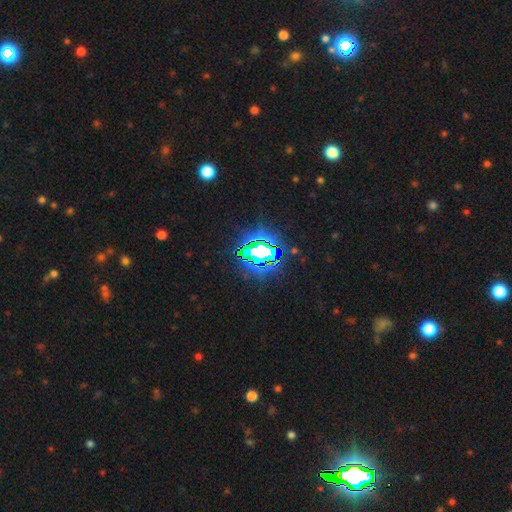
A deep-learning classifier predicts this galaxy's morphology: A star or artifact, not a galaxy (78%).